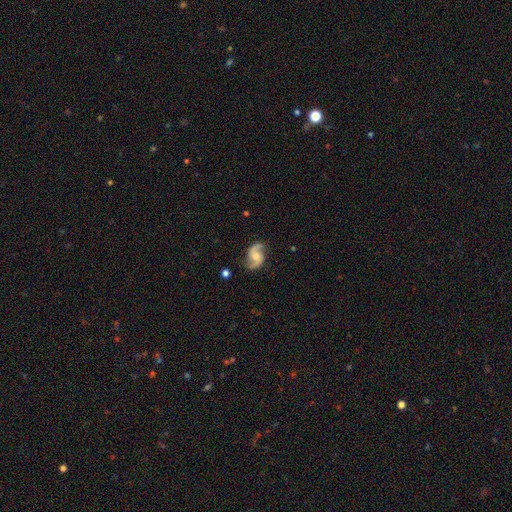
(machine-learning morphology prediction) A featured or disk galaxy (88%) with no bar (56%), 2 (94%) medium (45%) spiral arms (97%) and a moderate central bulge (43%). Merging: none (80%).